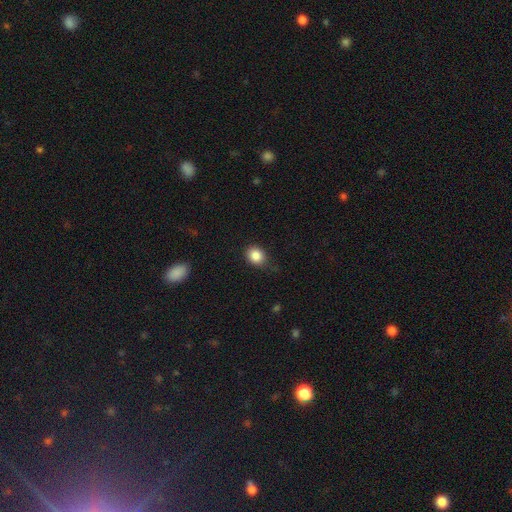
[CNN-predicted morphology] smooth_or_featured: smooth (p=0.86) [alt: star or artifact p=0.09]
how_rounded: round (p=0.57) [alt: in between p=0.42]
merging: none (p=0.79) [alt: minor disturbance p=0.16]